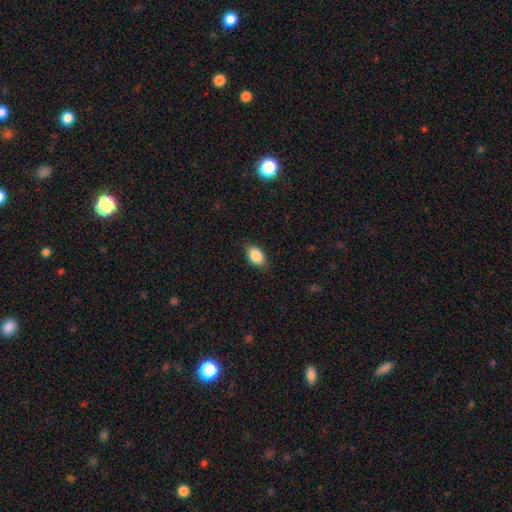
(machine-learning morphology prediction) This appears to be a smooth galaxy with no disk features (86%) that is in between round and cigar-shaped (87%). Merging: none (83%).